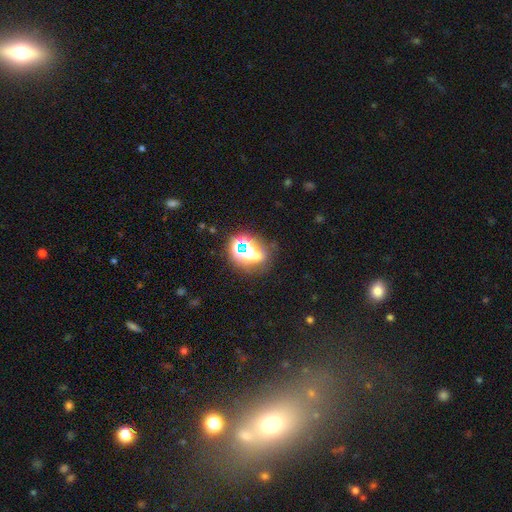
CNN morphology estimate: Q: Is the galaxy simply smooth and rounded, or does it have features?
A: star or artifact — 61%.